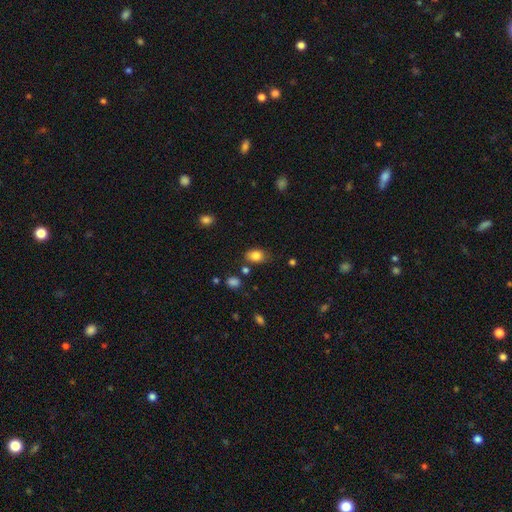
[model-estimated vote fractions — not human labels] Q: Smooth or featured?
A: smooth (83%); runner-up: star or artifact (10%)
Q: How rounded?
A: in between (76%); runner-up: round (23%)
Q: Merging?
A: none (71%); runner-up: minor disturbance (20%)